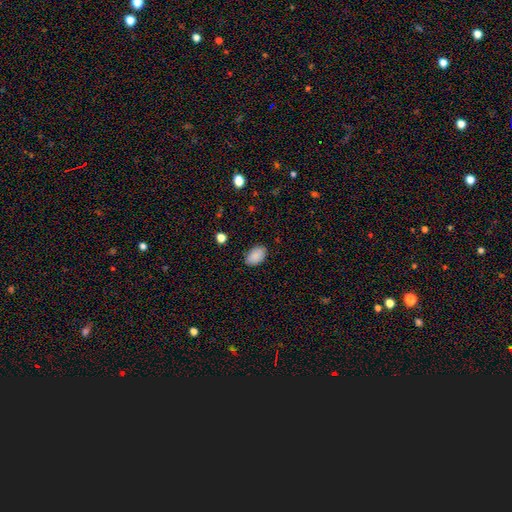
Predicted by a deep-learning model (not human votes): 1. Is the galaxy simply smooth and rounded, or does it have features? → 89% smooth, 7% star or artifact, 4% featured or disk.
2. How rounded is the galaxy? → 91% in between, 8% round, 1% cigar-shaped.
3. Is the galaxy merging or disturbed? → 85% none, 11% minor disturbance, 2% major disturbance, 1% merger.